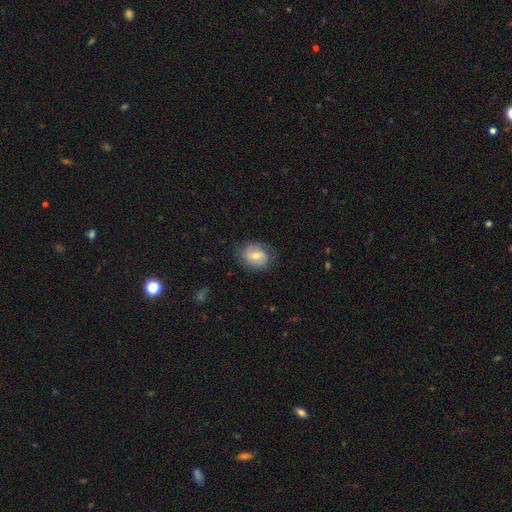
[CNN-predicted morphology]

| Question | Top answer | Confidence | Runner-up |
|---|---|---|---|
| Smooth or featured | smooth | 54% | featured or disk (38%) |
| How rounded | round | 51% | in between (47%) |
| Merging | none | 76% | minor disturbance (17%) |